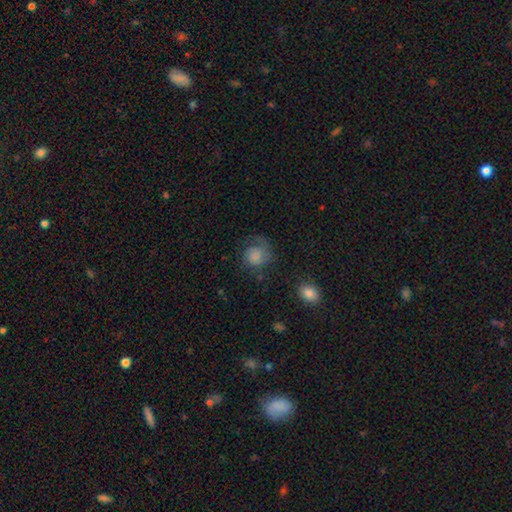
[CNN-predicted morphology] Smooth or featured?
  - smooth: 62% *
  - featured or disk: 28%
  - star or artifact: 10%
How rounded?
  - round: 78% *
  - in between: 21%
  - cigar-shaped: 1%
Merging?
  - none: 50% *
  - minor disturbance: 24%
  - major disturbance: 24%
  - merger: 2%